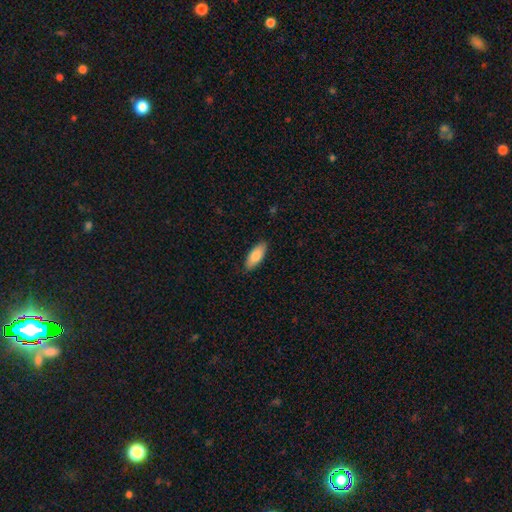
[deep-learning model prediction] Smooth or featured? Predicted: smooth (p=0.85). How rounded? Predicted: in between (p=0.81). Merging? Predicted: none (p=0.87).